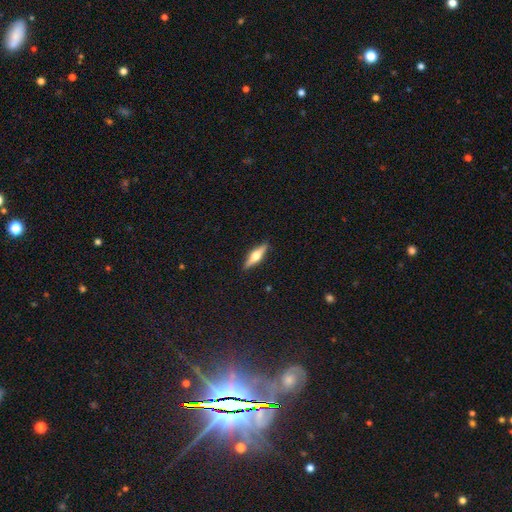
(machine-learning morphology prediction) featured or disk 64%, smooth 31%, star or artifact 6%. Down the decision tree: edge-on disk — yes (96%); edge-on bulge — rounded (95%); merging — none (91%).